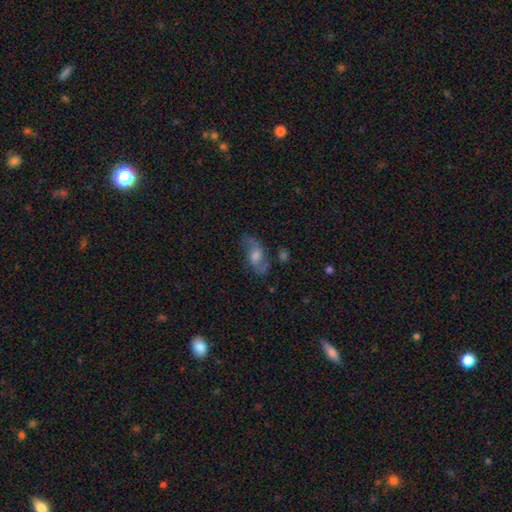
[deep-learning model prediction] Smooth or featured? featured or disk (70%)
Edge-on disk? no (93%)
Bar? no (50%)
Spiral arms? yes (90%)
Spiral winding? loose (50%)
Spiral arm count? 2 (89%)
Bulge size? moderate (52%)
Merging? none (74%)